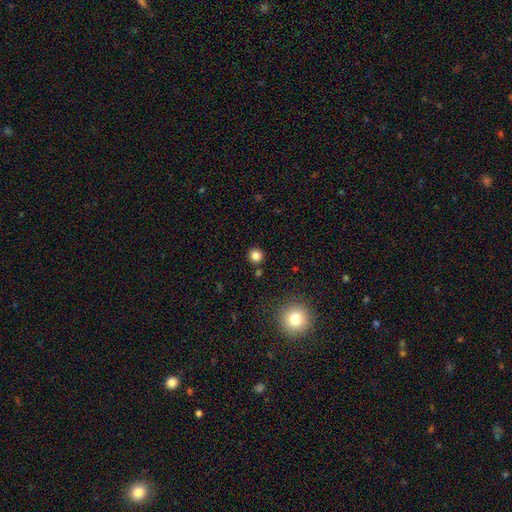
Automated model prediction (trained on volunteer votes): This is clearly a smooth galaxy (83%). How rounded: clearly round (92%). Merging: clearly none (88%).